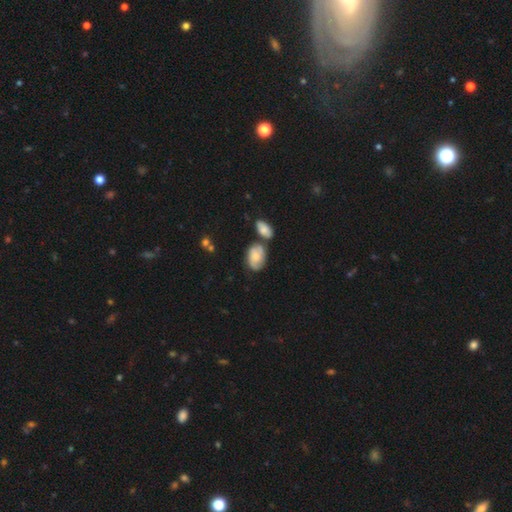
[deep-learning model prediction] smooth_or_featured: smooth (p=0.47) [alt: featured or disk p=0.46]
merging: none (p=0.50) [alt: merger p=0.25]